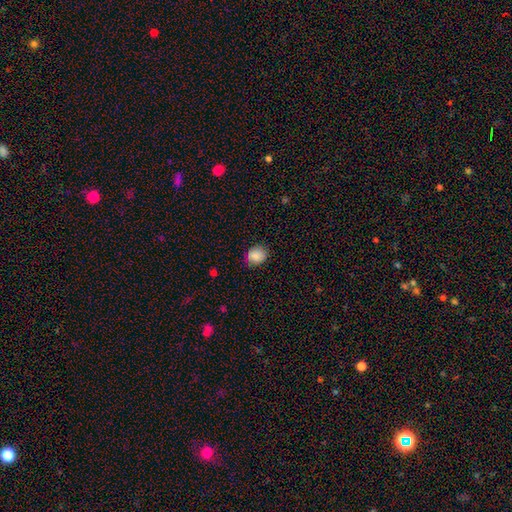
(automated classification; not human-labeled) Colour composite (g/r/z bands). It shows a smooth galaxy with no disk features (86%) that is round (59%). Merging: none (84%).